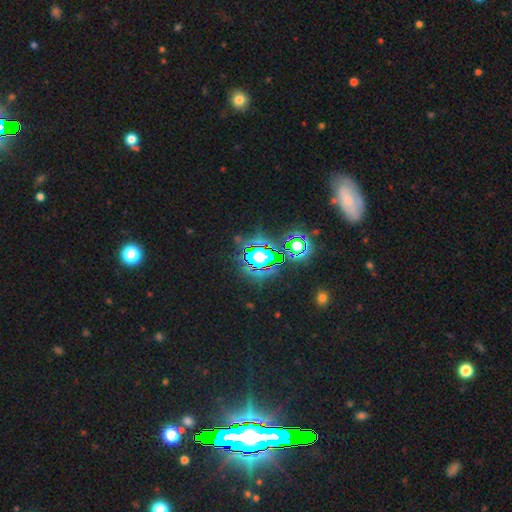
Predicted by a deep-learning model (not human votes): Q: Smooth or featured?
A: star or artifact (70%); runner-up: smooth (20%)